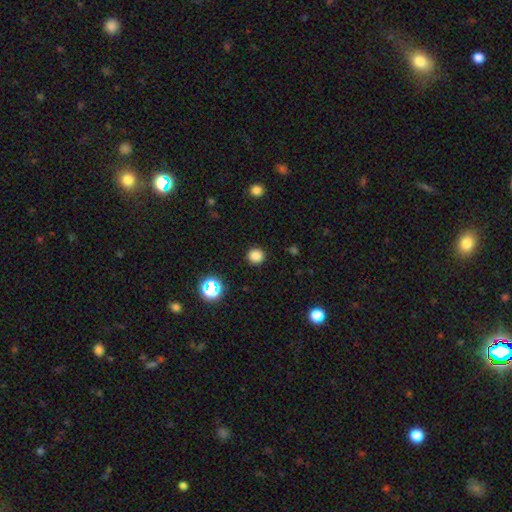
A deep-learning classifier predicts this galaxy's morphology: Smooth or featured: smooth — 82% (star or artifact — 14%)
How rounded: round — 93% (in between — 6%)
Merging: none — 91% (minor disturbance — 6%)